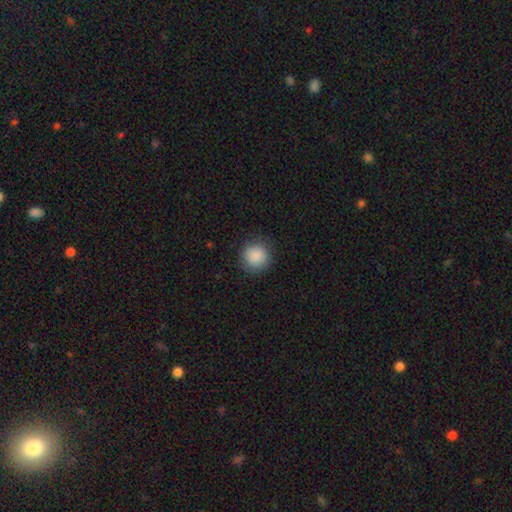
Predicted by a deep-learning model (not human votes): smooth-or-featured: smooth: 89% | star or artifact: 8% | featured or disk: 3%
  how-rounded: round: 93% | in between: 6% | cigar-shaped: 1%
  merging: none: 89% | minor disturbance: 8% | major disturbance: 3% | merger: 1%